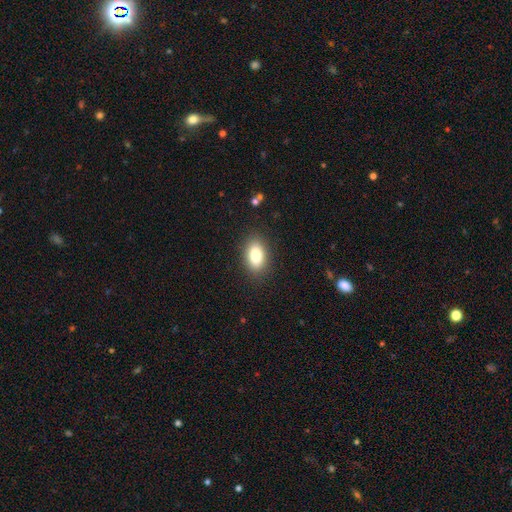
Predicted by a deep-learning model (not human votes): smooth-or-featured: smooth: 82% | featured or disk: 10% | star or artifact: 8%
  how-rounded: in between: 88% | round: 10% | cigar-shaped: 2%
  merging: none: 87% | minor disturbance: 9% | major disturbance: 3% | merger: 1%